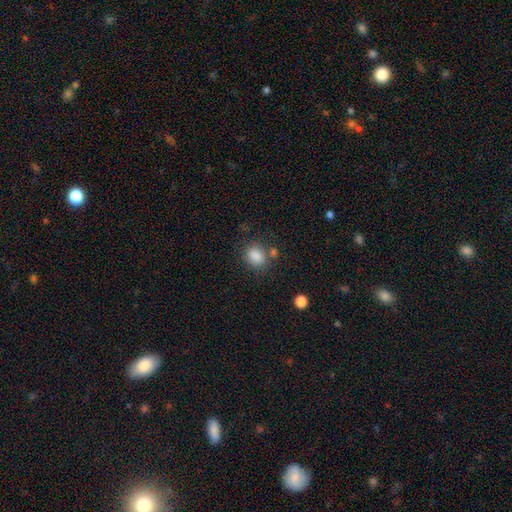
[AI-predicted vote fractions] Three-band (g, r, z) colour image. It shows a smooth galaxy with no disk features (85%) that is in between round and cigar-shaped (52%). Merging: none (70%).